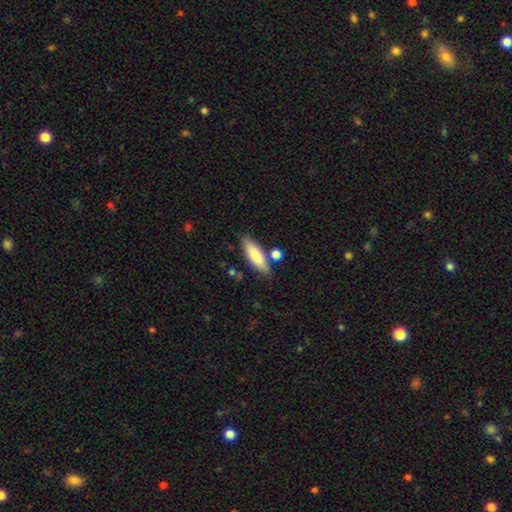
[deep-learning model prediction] The model was most divided on "how rounded": in between: 51%, cigar-shaped: 47%, round: 2%. More confident: smooth or featured — smooth (83%); merging — none (76%).